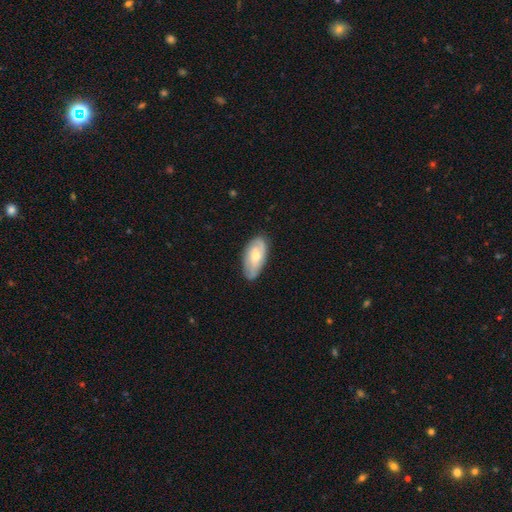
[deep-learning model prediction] This appears to be a featured or disk galaxy (53%). Merging: none (75%).